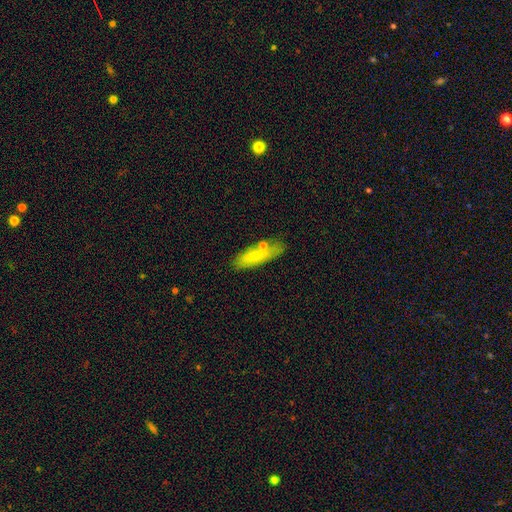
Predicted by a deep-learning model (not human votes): Smooth or featured? smooth (76%)
How rounded? in between (50%)
Merging? none (70%)